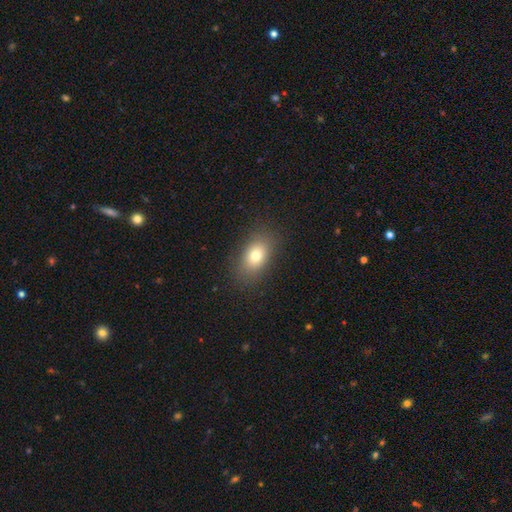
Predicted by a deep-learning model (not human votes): smooth_or_featured: smooth (p=0.77) [alt: featured or disk p=0.12]
how_rounded: in between (p=0.81) [alt: round p=0.17]
merging: none (p=0.85) [alt: minor disturbance p=0.10]